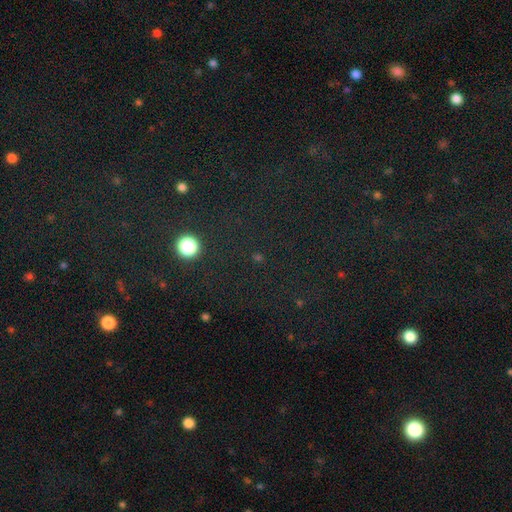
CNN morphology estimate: This appears to be a star or artifact, not a galaxy (70%).